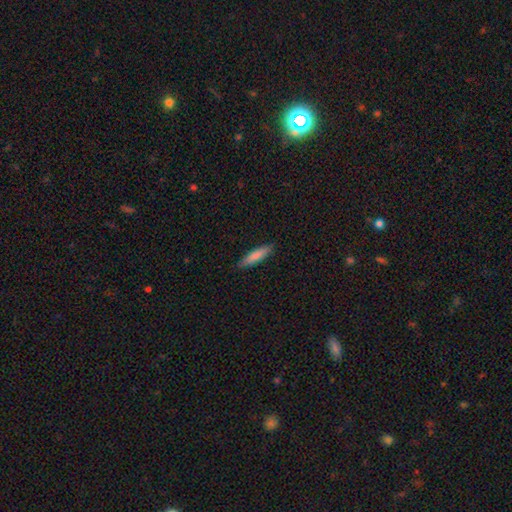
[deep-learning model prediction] smooth 81%, featured or disk 14%, star or artifact 6%. Down the decision tree: how rounded — cigar-shaped (80%); merging — none (86%).